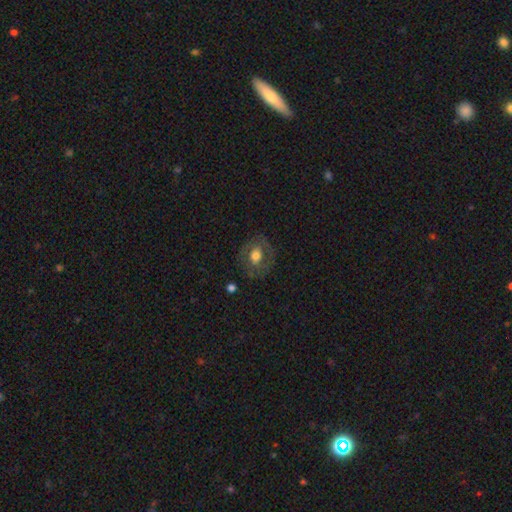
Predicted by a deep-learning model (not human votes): This is possibly a smooth galaxy (46%, tied with featured or disk). Merging: likely none (75%).